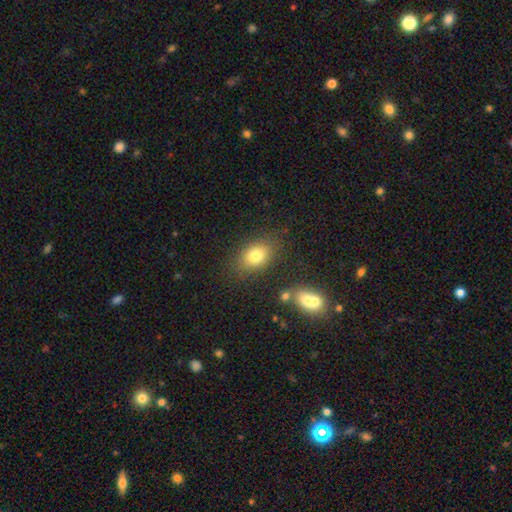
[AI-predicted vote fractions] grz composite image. It shows a smooth galaxy with no disk features (79%) that is in between round and cigar-shaped (76%). Merging: none (79%).